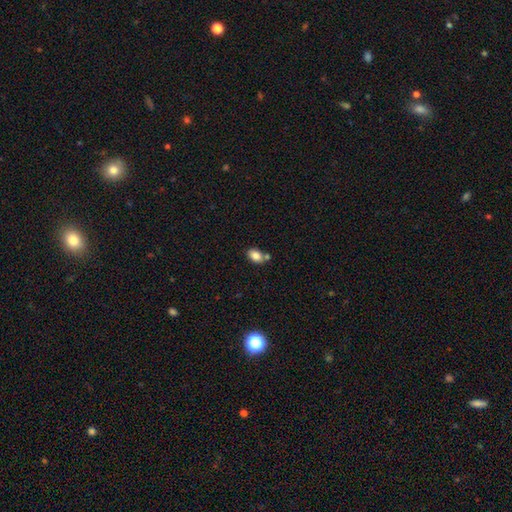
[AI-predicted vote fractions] Q: Smooth or featured?
A: smooth (84%); runner-up: star or artifact (9%)
Q: How rounded?
A: in between (84%); runner-up: round (15%)
Q: Merging?
A: none (59%); runner-up: merger (24%)